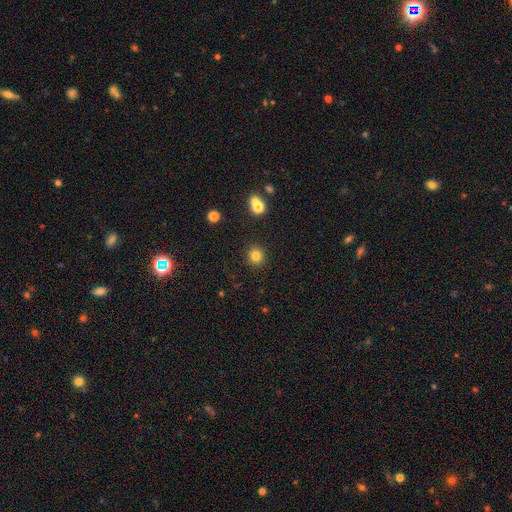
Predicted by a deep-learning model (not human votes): Morphology: type=smooth (81%); roundness=round (90%); merging=none (90%).